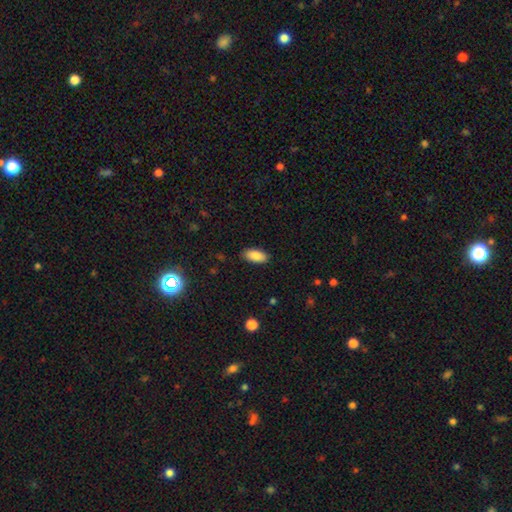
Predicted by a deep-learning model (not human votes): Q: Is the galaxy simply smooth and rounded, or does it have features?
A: smooth — 87%.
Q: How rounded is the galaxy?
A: in between — 90%.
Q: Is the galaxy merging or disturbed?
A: none — 87%.